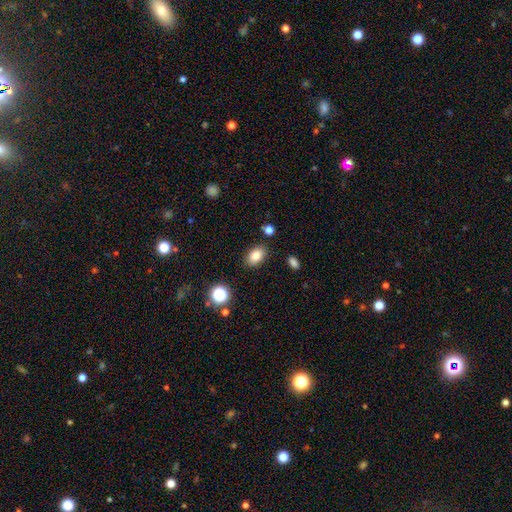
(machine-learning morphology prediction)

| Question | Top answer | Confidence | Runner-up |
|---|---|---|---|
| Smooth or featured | smooth | 83% | star or artifact (10%) |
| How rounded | in between | 84% | round (14%) |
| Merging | none | 85% | minor disturbance (10%) |